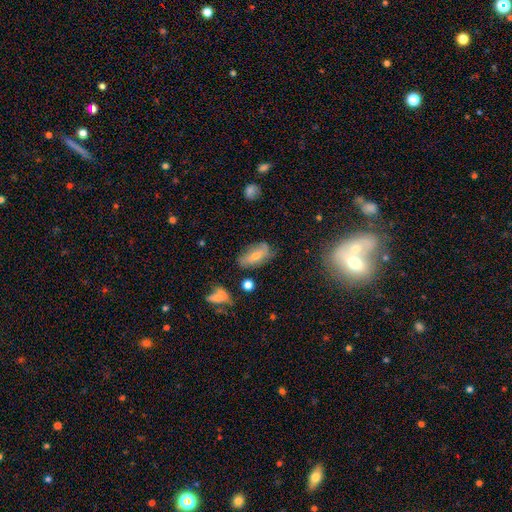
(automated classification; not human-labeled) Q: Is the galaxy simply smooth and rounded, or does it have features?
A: smooth — 58%.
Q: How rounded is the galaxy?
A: in between — 86%.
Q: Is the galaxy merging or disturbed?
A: none — 61%.